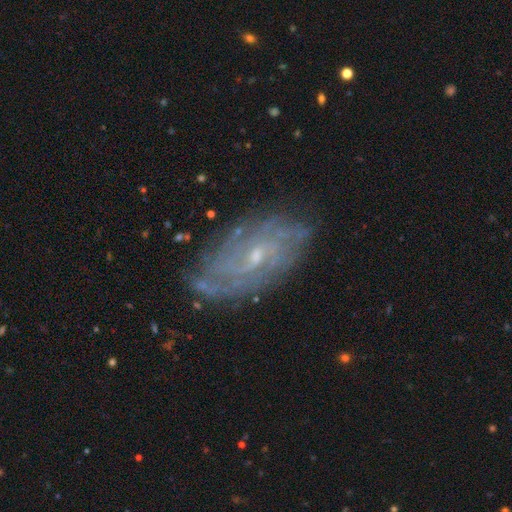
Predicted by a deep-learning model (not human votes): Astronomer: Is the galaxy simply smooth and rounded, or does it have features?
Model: featured or disk — 80%.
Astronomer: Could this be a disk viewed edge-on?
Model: no — 94%.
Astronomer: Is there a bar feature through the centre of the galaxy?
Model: no — 54% (runner-up: weak, 39%).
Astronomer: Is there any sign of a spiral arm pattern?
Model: yes — 91%.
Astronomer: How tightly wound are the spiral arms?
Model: tight — 62%.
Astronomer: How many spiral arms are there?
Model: can't tell — 48%.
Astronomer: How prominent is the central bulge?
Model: small — 74%.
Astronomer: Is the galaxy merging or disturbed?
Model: none — 80%.